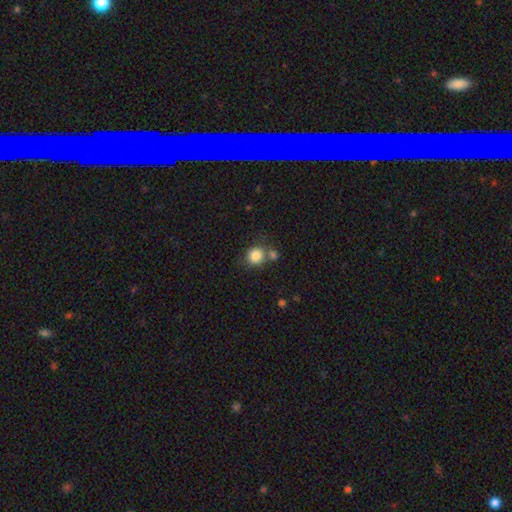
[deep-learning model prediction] A smooth galaxy with no disk features (84%) that is round (85%). Merging: none (60%).